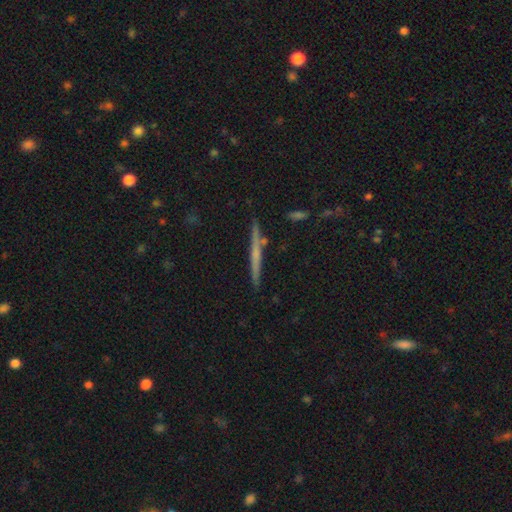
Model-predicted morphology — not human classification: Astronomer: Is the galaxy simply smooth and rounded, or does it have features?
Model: featured or disk — 54% (runner-up: smooth, 40%).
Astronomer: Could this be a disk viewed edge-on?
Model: yes — 97%.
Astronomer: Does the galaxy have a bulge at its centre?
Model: none — 73%.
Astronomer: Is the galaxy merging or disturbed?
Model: none — 88%.